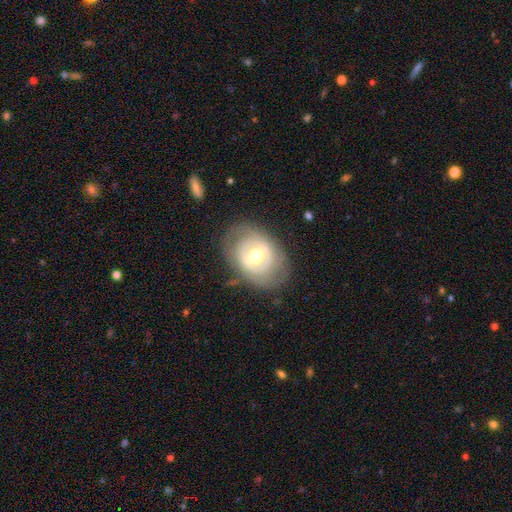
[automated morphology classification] Overall: featured or disk (67%; smooth 27%). Edge-on disk: no (94%). Bar: weak (39%; strong 32%). Spiral arms: no (68%; yes 32%). Bulge size: moderate (73%). Merging: none (74%).